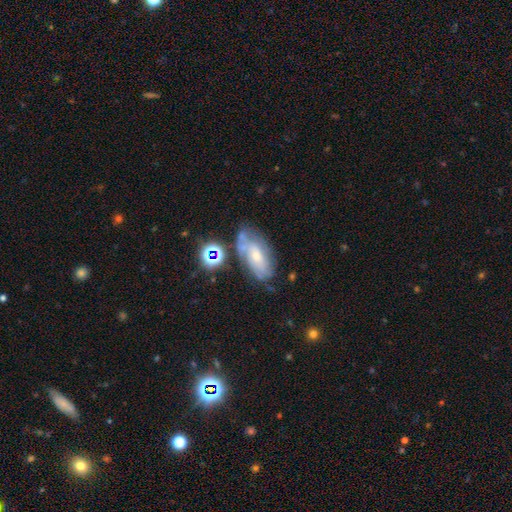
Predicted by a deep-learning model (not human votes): Smooth or featured?
  - featured or disk: 55% *
  - smooth: 32%
  - star or artifact: 13%
Edge-on disk?
  - no: 91% *
  - yes: 9%
Bar?
  - no: 64% *
  - weak: 29%
  - strong: 7%
Spiral arms?
  - yes: 72% *
  - no: 28%
Bulge size?
  - small: 53% *
  - moderate: 39%
  - none: 4%
  - large: 3%
  - dominant: 1%
Merging?
  - none: 49% *
  - minor disturbance: 26%
  - major disturbance: 13%
  - merger: 11%